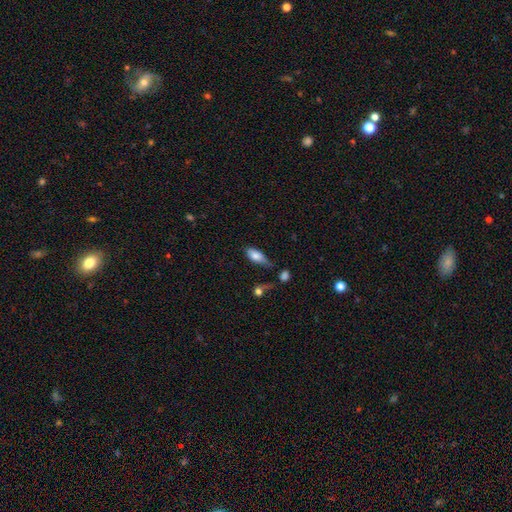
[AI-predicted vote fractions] Overall: smooth (79%). How rounded: in between (86%). Merging: none (42%; minor disturbance 30%).